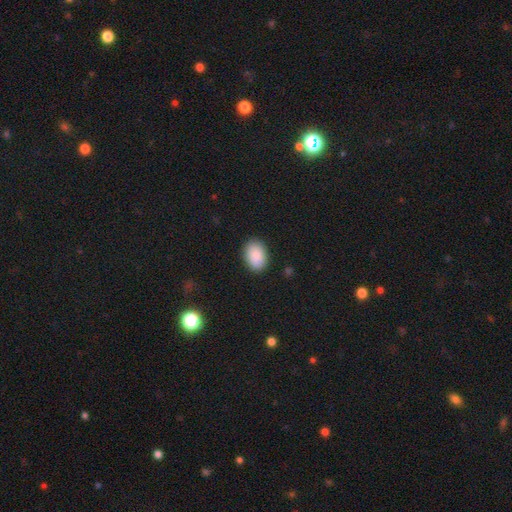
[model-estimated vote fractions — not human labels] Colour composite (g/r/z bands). It shows a smooth galaxy with no disk features (90%) that is in between round and cigar-shaped (84%). Merging: none (88%).